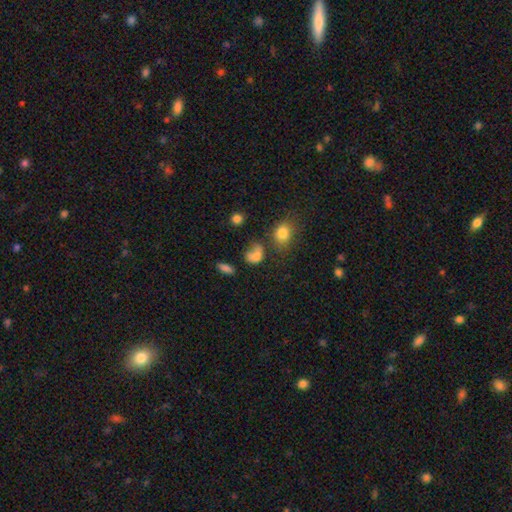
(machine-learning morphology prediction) Overall: smooth (71%). How rounded: in between (60%; round 37%). Merging: none (36%; minor disturbance 23%).